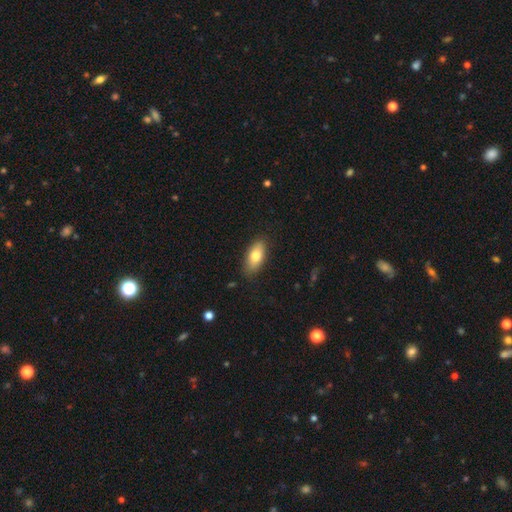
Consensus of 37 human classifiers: Smooth or featured? 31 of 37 (84%) said smooth. How rounded? 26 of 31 (84%) said in between. Merging? 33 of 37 (89%) said none.